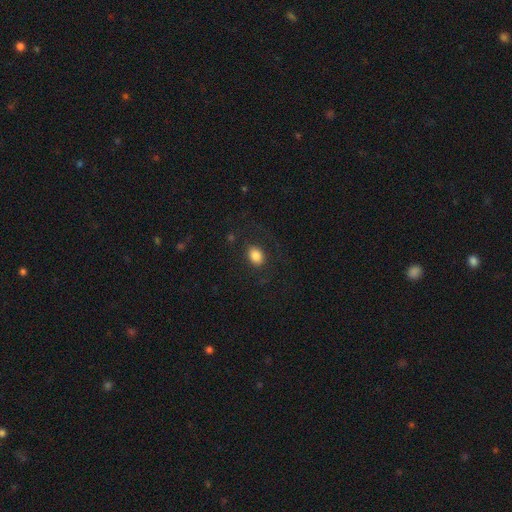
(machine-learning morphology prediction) Overall: smooth (83%). How rounded: in between (67%; round 32%). Merging: none (82%).